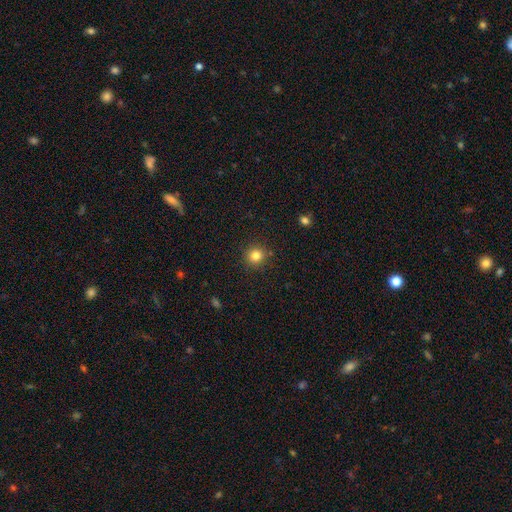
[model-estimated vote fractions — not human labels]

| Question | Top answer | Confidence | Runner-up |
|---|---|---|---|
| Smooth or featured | smooth | 82% | star or artifact (12%) |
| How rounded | round | 92% | in between (7%) |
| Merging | none | 89% | minor disturbance (7%) |